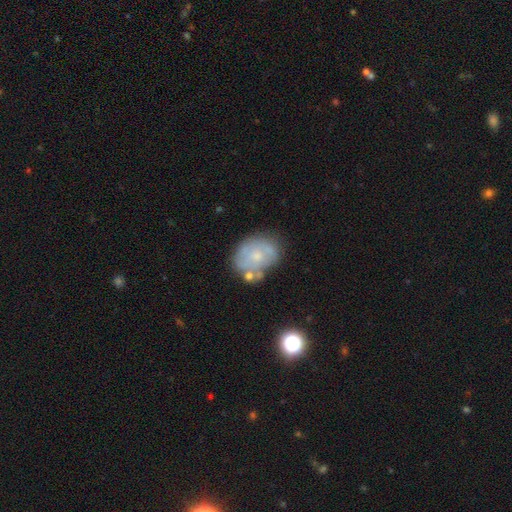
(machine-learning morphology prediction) Smooth or featured? Predicted: featured or disk (p=0.52). Edge-on disk? Predicted: no (p=0.97). Bar? Predicted: no (p=0.82). Spiral arms? Predicted: no (p=0.50, tied with yes). Bulge size? Predicted: small (p=0.58). Merging? Predicted: none (p=0.56).